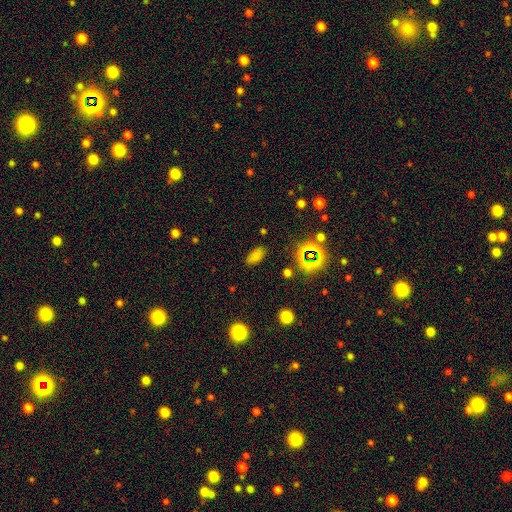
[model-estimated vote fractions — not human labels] A smooth galaxy with no disk features (72%) that is in between round and cigar-shaped (89%).

Vote fractions:
- Smooth or featured? smooth: 72% / star or artifact: 23% / featured or disk: 6%
- How rounded? in between: 89% / cigar-shaped: 6% / round: 5%
- Merging? none: 84% / minor disturbance: 11% / major disturbance: 3% / merger: 2%